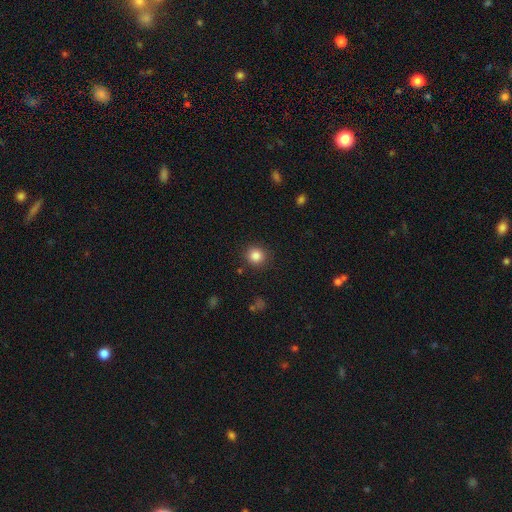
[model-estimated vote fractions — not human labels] Overall: smooth (85%). How rounded: round (90%). Merging: none (88%).